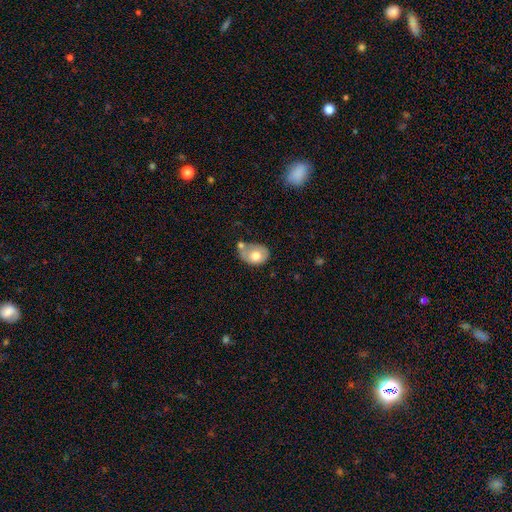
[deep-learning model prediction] Q: Smooth or featured?
A: smooth (68%); runner-up: featured or disk (25%)
Q: How rounded?
A: in between (70%); runner-up: round (29%)
Q: Merging?
A: none (34%); runner-up: minor disturbance (27%)